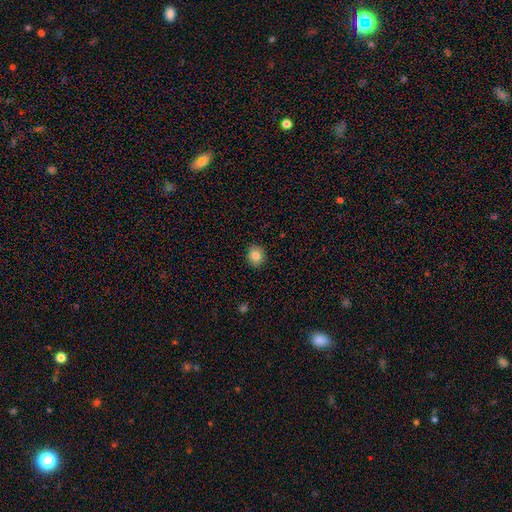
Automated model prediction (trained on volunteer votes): A smooth galaxy with no disk features (83%) that is round (76%). Merging: none (91%).